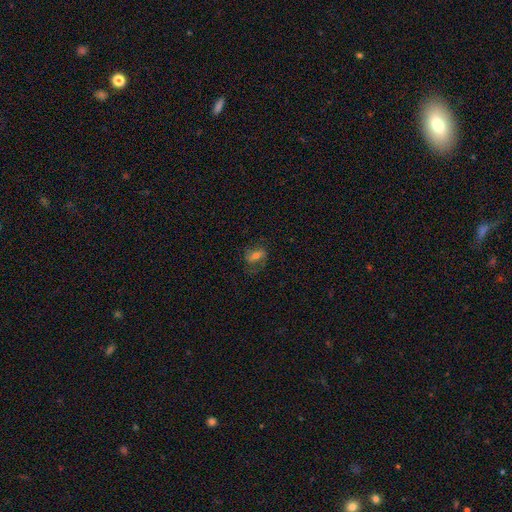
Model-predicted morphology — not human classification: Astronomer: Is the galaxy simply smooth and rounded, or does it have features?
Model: featured or disk — 47% (runner-up: smooth, 41%).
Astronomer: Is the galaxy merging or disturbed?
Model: none — 66%.